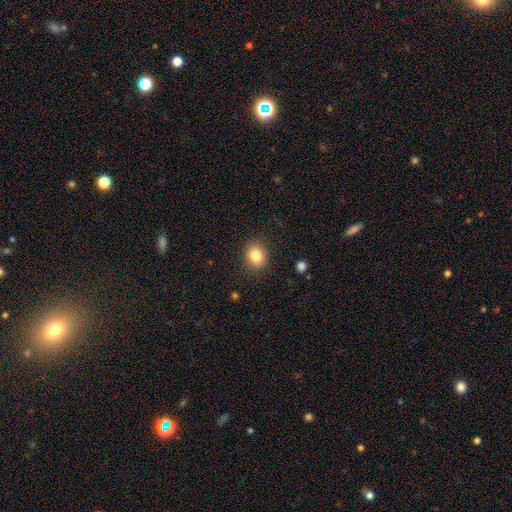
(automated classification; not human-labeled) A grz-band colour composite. It shows a smooth galaxy with no disk features (83%) that is round (55%). Merging: none (87%).